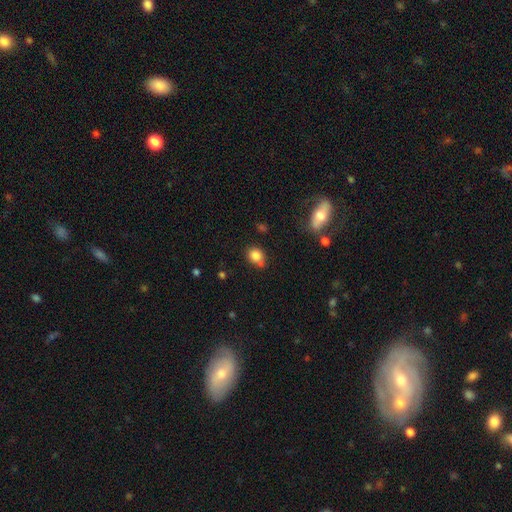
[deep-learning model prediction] The model was most divided on "how rounded": round: 60%, in between: 39%, cigar-shaped: 1%. More confident: smooth or featured — smooth (82%); merging — none (58%).